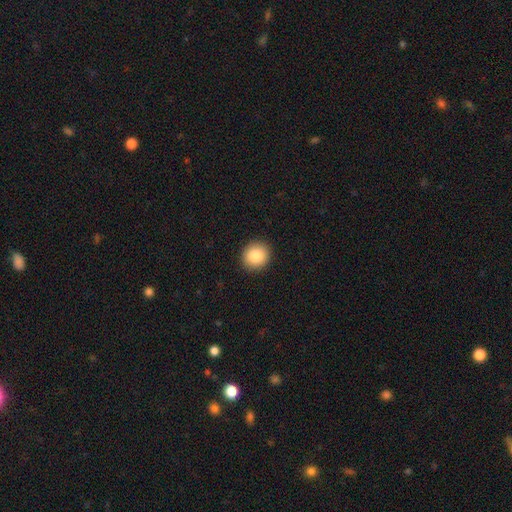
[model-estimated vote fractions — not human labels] The model was most divided on "how rounded": round: 86%, in between: 13%, cigar-shaped: 1%. More confident: merging — none (92%); smooth or featured — smooth (84%).